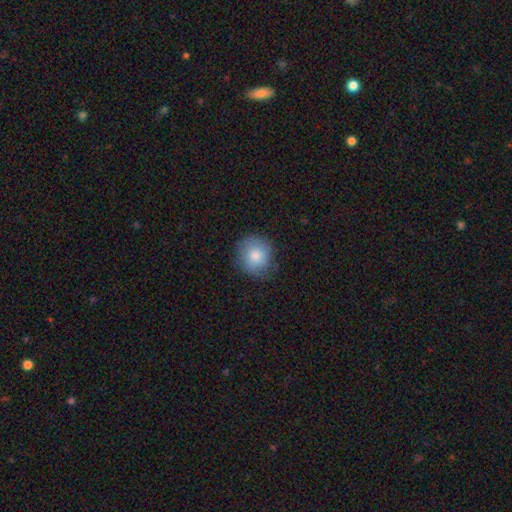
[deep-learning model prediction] smooth_or_featured: smooth (p=0.78) [alt: featured or disk p=0.14]
how_rounded: round (p=0.87) [alt: in between p=0.13]
merging: none (p=0.73) [alt: minor disturbance p=0.20]